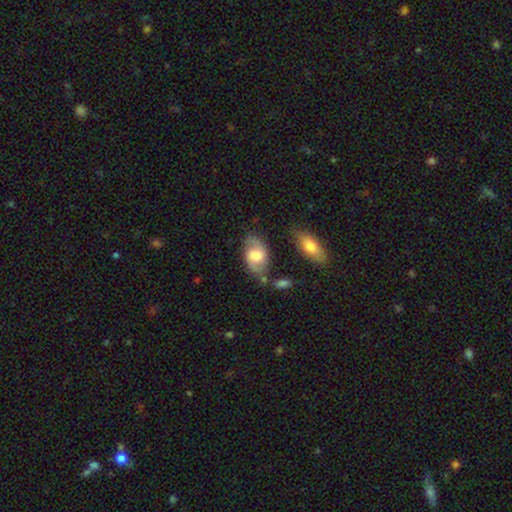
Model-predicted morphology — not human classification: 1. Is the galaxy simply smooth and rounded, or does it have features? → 48% featured or disk, 46% smooth, 6% star or artifact.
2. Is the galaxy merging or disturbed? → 67% none, 21% minor disturbance, 6% merger, 6% major disturbance.